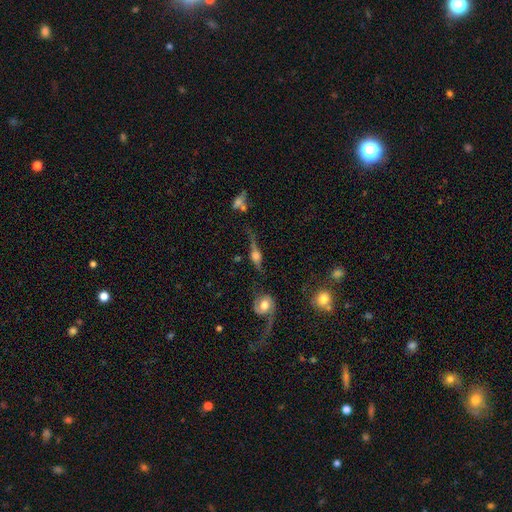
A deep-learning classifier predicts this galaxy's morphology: This is likely a featured or disk galaxy (72%). It is clearly viewed edge-on (81%). Edge-on bulge: clearly rounded (91%). Merging: possibly none (55%).